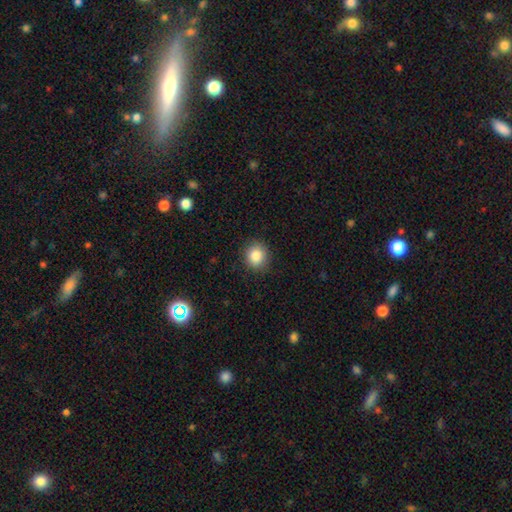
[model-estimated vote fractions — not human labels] A smooth galaxy with no disk features (85%) that is round (81%). Merging: none (88%).